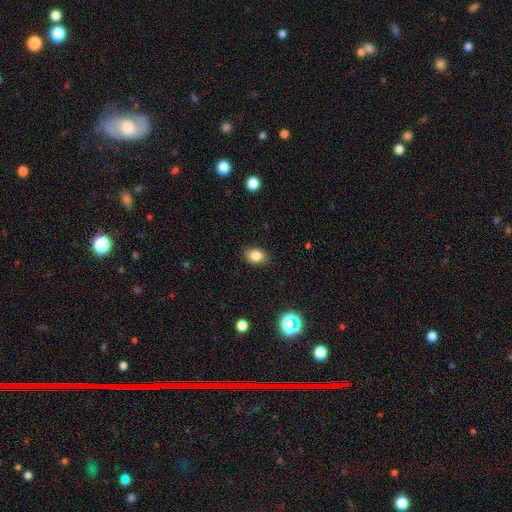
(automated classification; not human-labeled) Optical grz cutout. It shows a smooth galaxy with no disk features (84%) that is in between round and cigar-shaped (74%). Merging: none (87%).